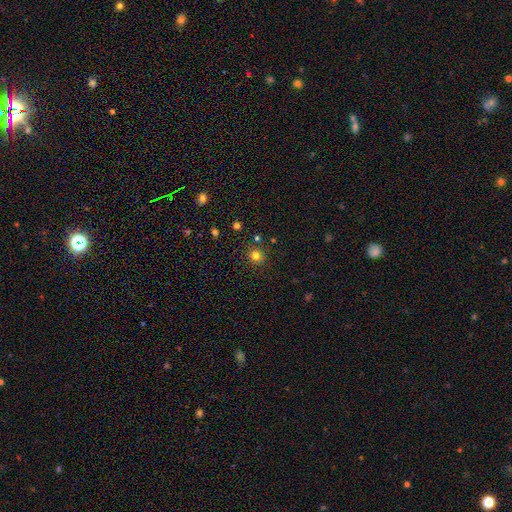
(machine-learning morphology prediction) This appears to be a smooth galaxy with no disk features (79%) that is round (89%). Merging: none (86%).